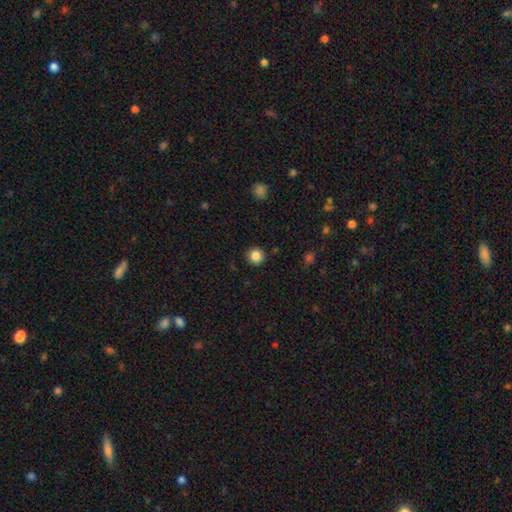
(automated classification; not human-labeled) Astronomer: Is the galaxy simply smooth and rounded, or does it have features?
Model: smooth — 85%.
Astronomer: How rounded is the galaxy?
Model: round — 95%.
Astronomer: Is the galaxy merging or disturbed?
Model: none — 92%.